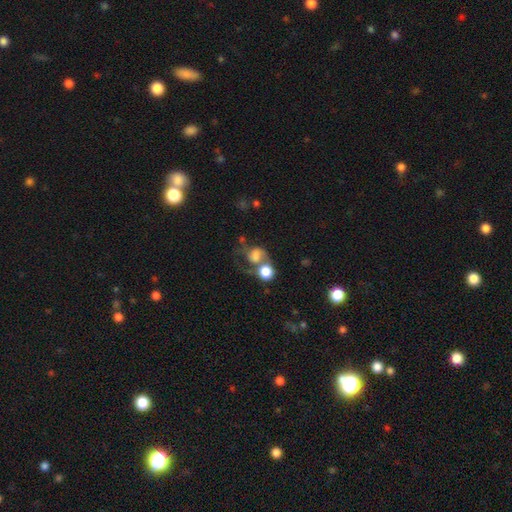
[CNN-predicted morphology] This is likely a smooth galaxy (63%). How rounded: possibly round (60%). Merging: possibly merger (46%).